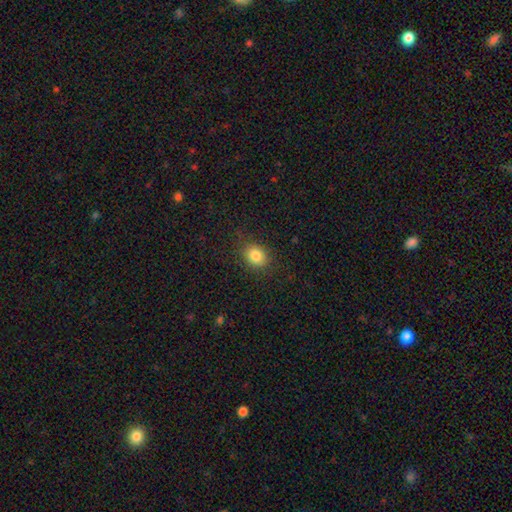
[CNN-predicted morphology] The model was most divided on "how rounded": round: 54%, in between: 45%, cigar-shaped: 1%. More confident: merging — none (85%); smooth or featured — smooth (84%).